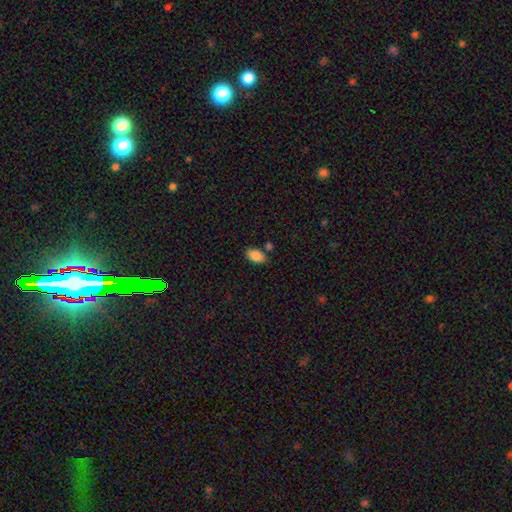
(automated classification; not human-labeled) Morphology: type=smooth (87%); roundness=in between (94%); merging=none (78%).